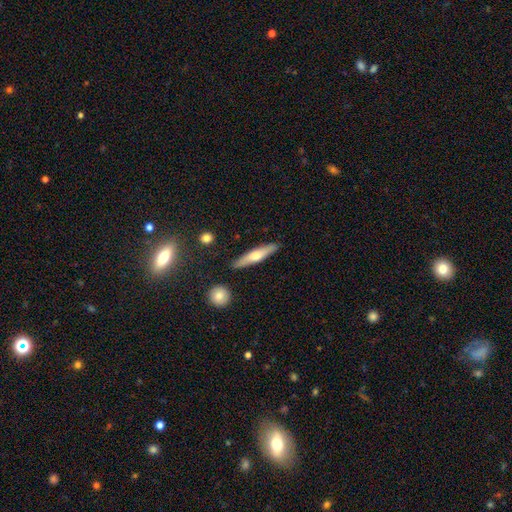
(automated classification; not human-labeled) smooth-or-featured: smooth: 49% | featured or disk: 46% | star or artifact: 5%
  merging: none: 88% | minor disturbance: 8% | merger: 2% | major disturbance: 2%